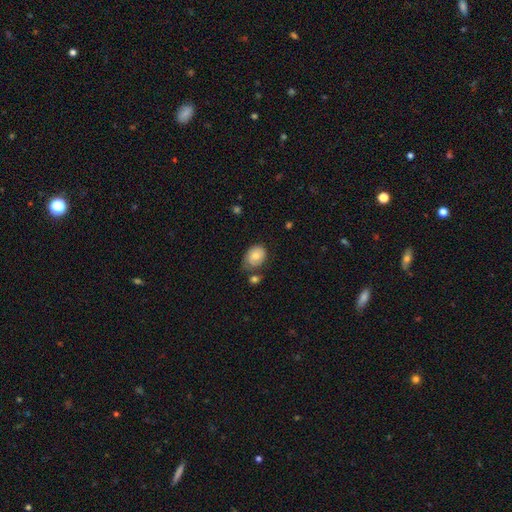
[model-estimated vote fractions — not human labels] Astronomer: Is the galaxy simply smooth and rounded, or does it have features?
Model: smooth — 70%.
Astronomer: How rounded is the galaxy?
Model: in between — 68%.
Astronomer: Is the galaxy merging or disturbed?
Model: none — 55%.